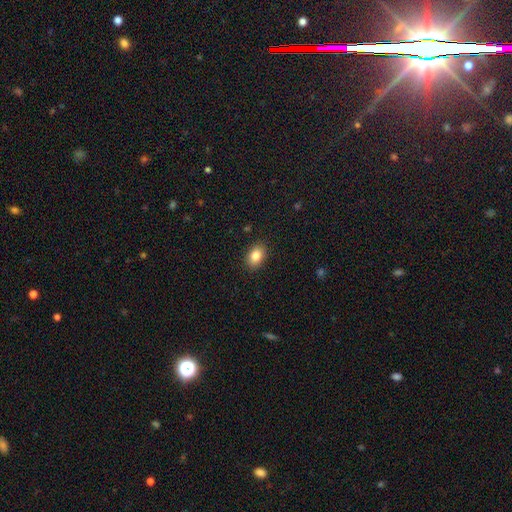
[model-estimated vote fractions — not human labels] A smooth galaxy with no disk features (84%) that is in between round and cigar-shaped (77%). Merging: none (89%).